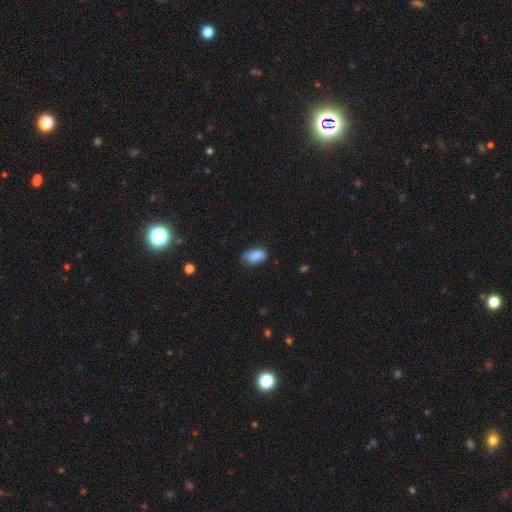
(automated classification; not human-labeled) A smooth galaxy with no disk features (86%) that is in between round and cigar-shaped (90%). Merging: none (60%).